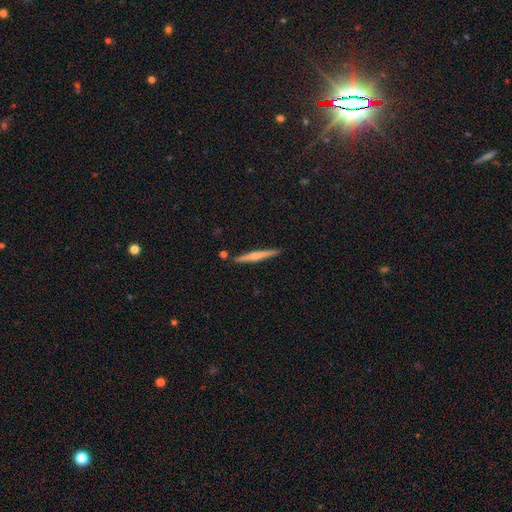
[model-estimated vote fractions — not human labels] A featured or disk galaxy (52%) viewed edge-on (98%) with a rounded central bulge (54%). Merging: none (88%).